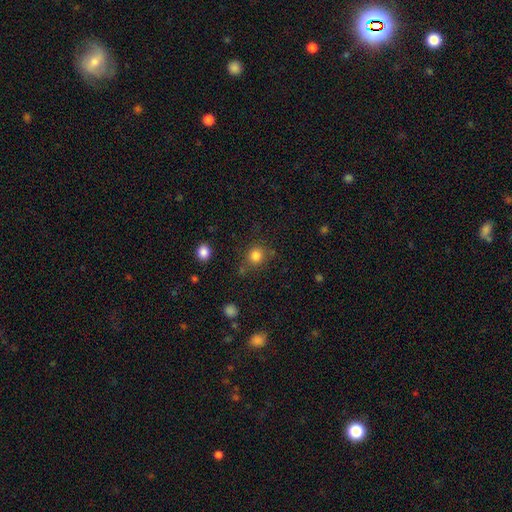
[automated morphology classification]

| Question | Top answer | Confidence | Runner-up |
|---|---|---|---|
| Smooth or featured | smooth | 83% | star or artifact (12%) |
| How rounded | round | 86% | in between (14%) |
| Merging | none | 75% | minor disturbance (13%) |